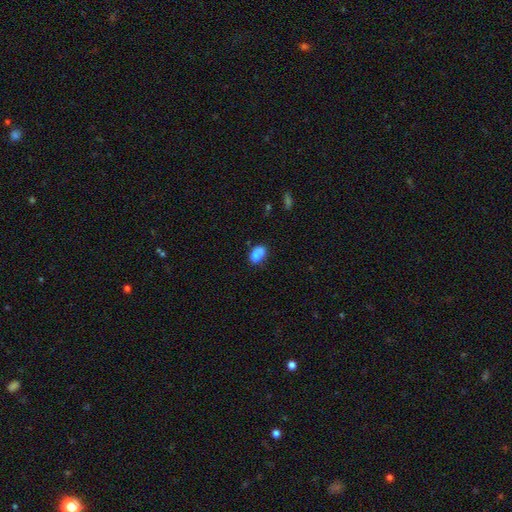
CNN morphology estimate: type=smooth (72%); roundness=in between (71%); merging=merger (39%).